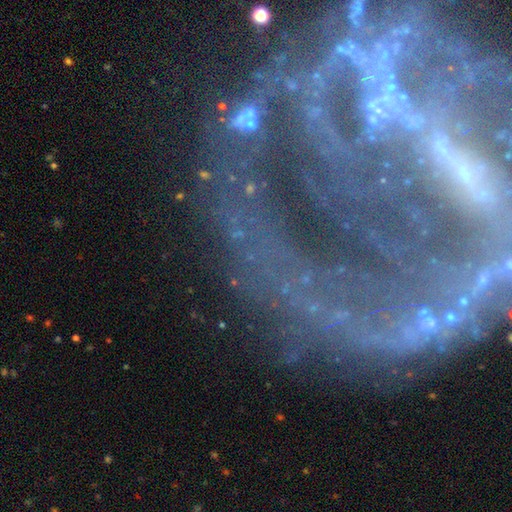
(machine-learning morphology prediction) smooth-or-featured: featured or disk: 64% | star or artifact: 23% | smooth: 13%
  disk-edge-on: no: 90% | yes: 10%
    bar: strong: 36% | no: 34% | weak: 29%
    has-spiral-arms: yes: 84% | no: 16%
    bulge-size: small: 51% | moderate: 30% | none: 9% | large: 6% | dominant: 4%
  merging: none: 62% | minor disturbance: 16% | major disturbance: 15% | merger: 7%